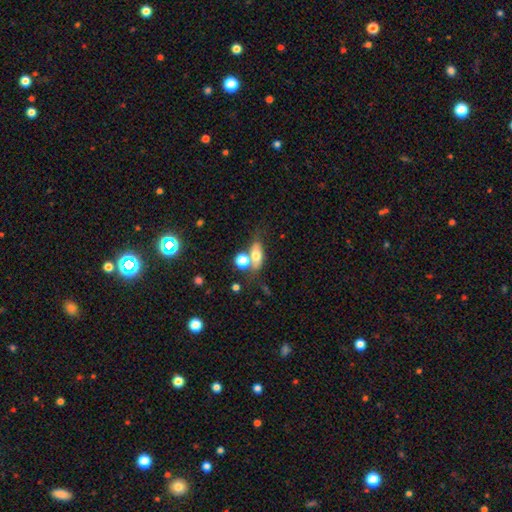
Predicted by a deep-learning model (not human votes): smooth_or_featured: smooth (p=0.64) [alt: featured or disk p=0.25]
how_rounded: in between (p=0.70) [alt: round p=0.17]
merging: none (p=0.49) [alt: merger p=0.26]